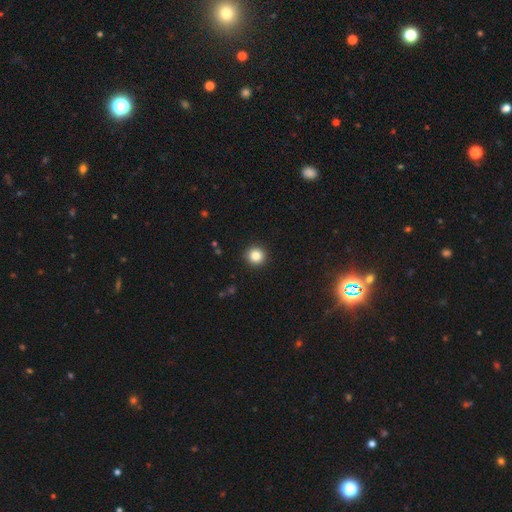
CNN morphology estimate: smooth-or-featured: smooth: 85% | star or artifact: 10% | featured or disk: 5%
  how-rounded: round: 95% | in between: 4% | cigar-shaped: 1%
  merging: none: 93% | minor disturbance: 5% | major disturbance: 2% | merger: 1%